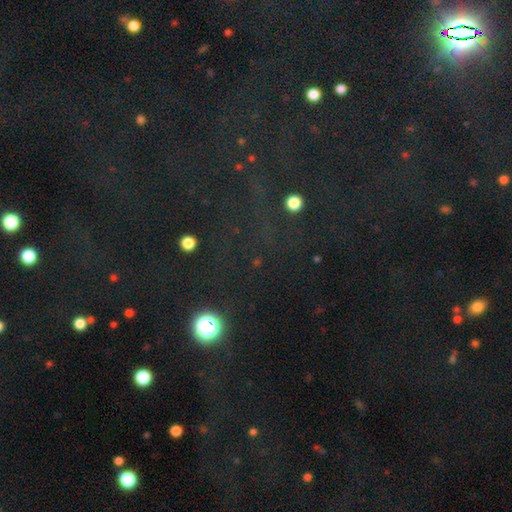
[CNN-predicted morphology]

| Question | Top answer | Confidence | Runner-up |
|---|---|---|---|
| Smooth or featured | star or artifact | 77% | smooth (15%) |